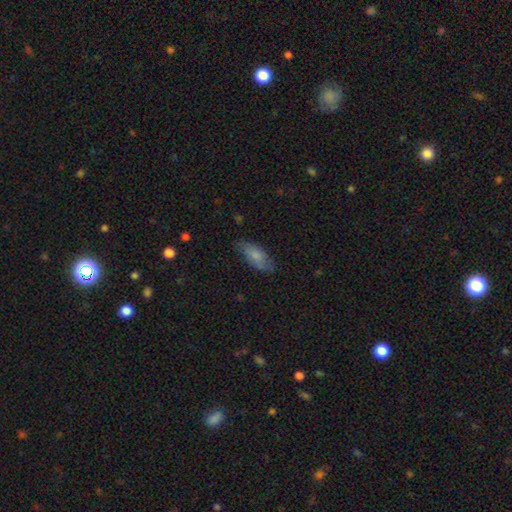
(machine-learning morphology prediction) Smooth or featured? Predicted: smooth (p=0.76). How rounded? Predicted: in between (p=0.80). Merging? Predicted: none (p=0.72).